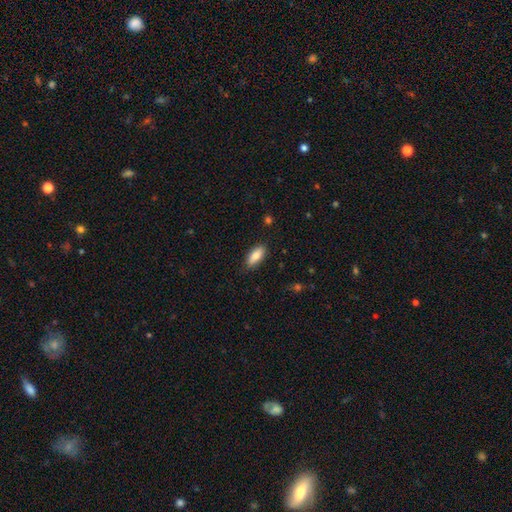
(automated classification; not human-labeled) This appears to be a smooth galaxy with no disk features (83%) that is in between round and cigar-shaped (83%). Merging: none (85%).